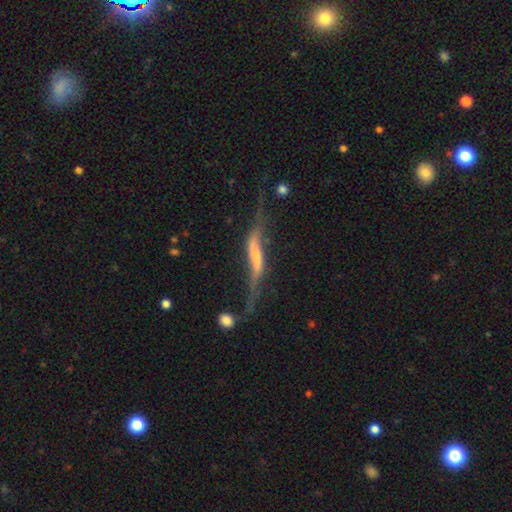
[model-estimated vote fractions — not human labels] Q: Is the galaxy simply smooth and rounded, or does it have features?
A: featured or disk — 75%.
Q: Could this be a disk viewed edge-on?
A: yes — 54%.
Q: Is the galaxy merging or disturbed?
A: none — 35%.